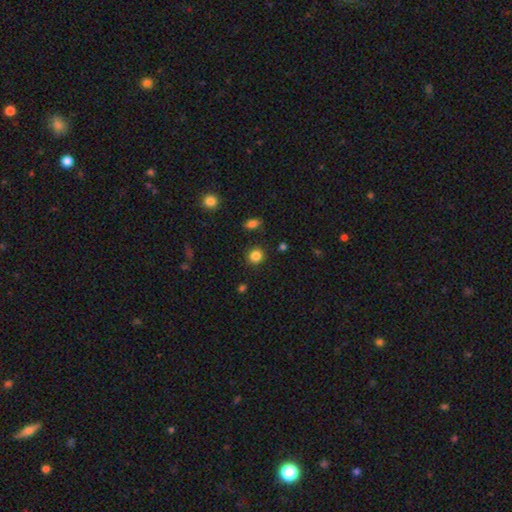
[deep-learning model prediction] A smooth galaxy with no disk features (85%) that is round (86%).

Vote fractions:
- Smooth or featured? smooth: 85% / star or artifact: 12% / featured or disk: 4%
- How rounded? round: 86% / in between: 13% / cigar-shaped: 1%
- Merging? none: 88% / minor disturbance: 8% / major disturbance: 2% / merger: 2%